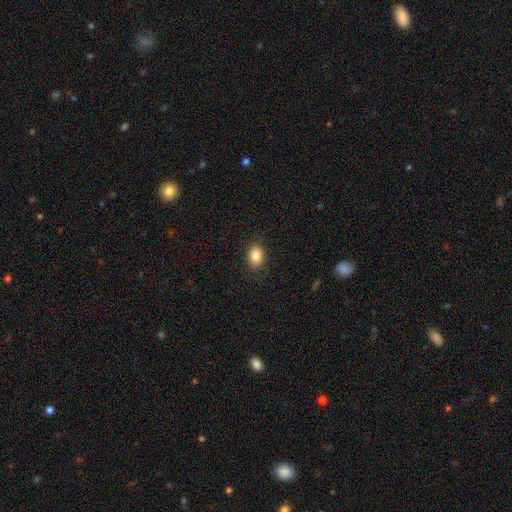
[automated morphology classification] A smooth galaxy with no disk features (85%) that is in between round and cigar-shaped (76%).

Vote fractions:
- Smooth or featured? smooth: 85% / star or artifact: 9% / featured or disk: 6%
- How rounded? in between: 76% / round: 22% / cigar-shaped: 1%
- Merging? none: 88% / minor disturbance: 9% / major disturbance: 2% / merger: 1%